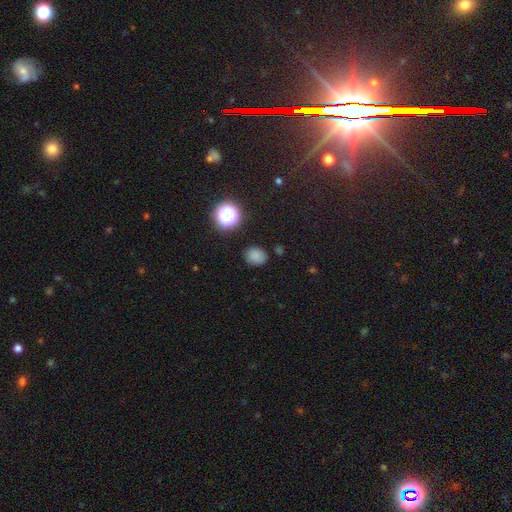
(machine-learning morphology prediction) smooth 78%, star or artifact 17%, featured or disk 5%. Down the decision tree: how rounded — round (60%); merging — none (82%).